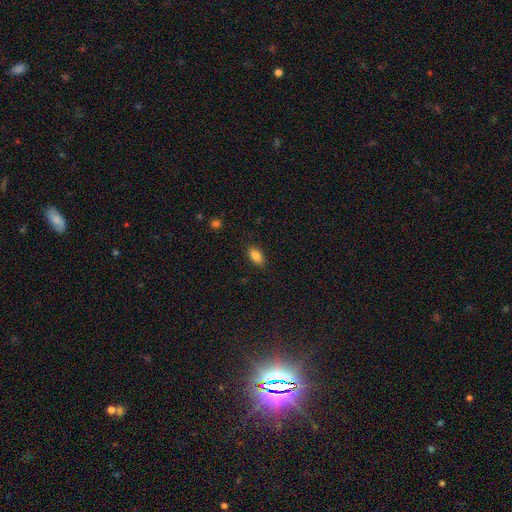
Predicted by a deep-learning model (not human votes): A smooth galaxy with no disk features (85%) that is in between round and cigar-shaped (90%). Merging: none (86%).